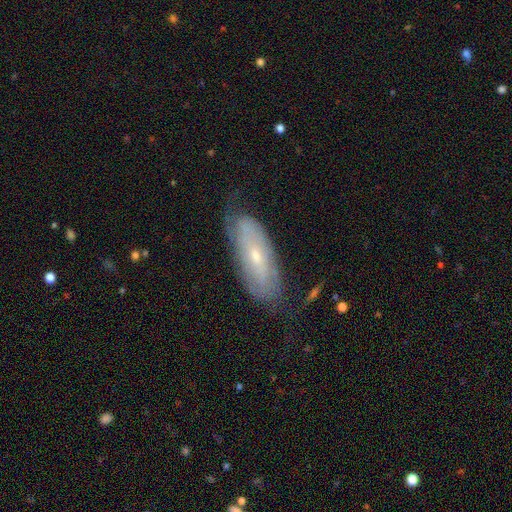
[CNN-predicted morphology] Q: Smooth or featured?
A: featured or disk (64%); runner-up: smooth (28%)
Q: Edge-on disk?
A: no (82%); runner-up: yes (18%)
Q: Bar?
A: no (61%); runner-up: weak (29%)
Q: Spiral arms?
A: yes (76%); runner-up: no (24%)
Q: Bulge size?
A: small (65%); runner-up: moderate (32%)
Q: Merging?
A: none (66%); runner-up: minor disturbance (24%)